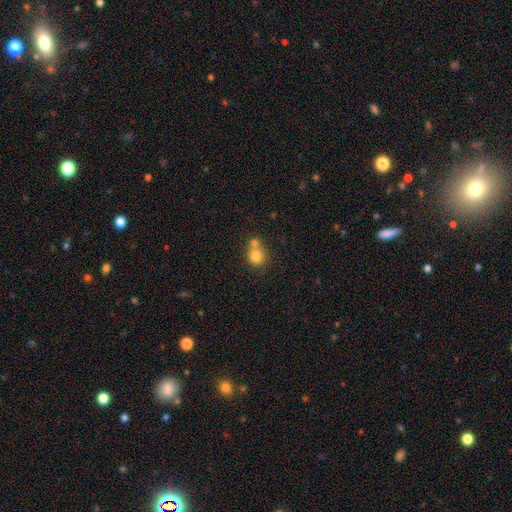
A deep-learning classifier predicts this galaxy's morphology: This appears to be a smooth galaxy with no disk features (78%) that is round (79%). Merging: merger (46%).